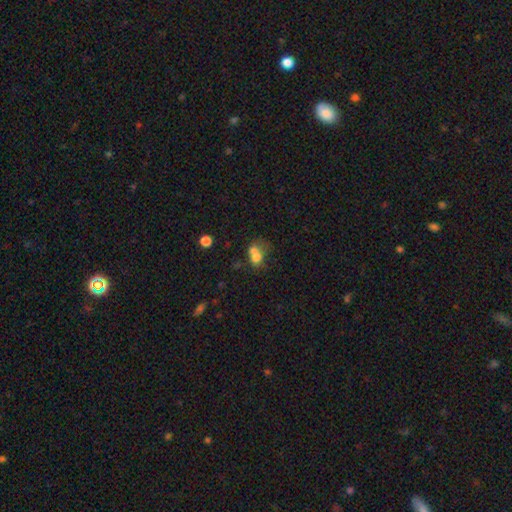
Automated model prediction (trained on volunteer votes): Q: Smooth or featured?
A: smooth (67%); runner-up: featured or disk (20%)
Q: How rounded?
A: round (50%); runner-up: in between (49%)
Q: Merging?
A: merger (60%); runner-up: none (21%)